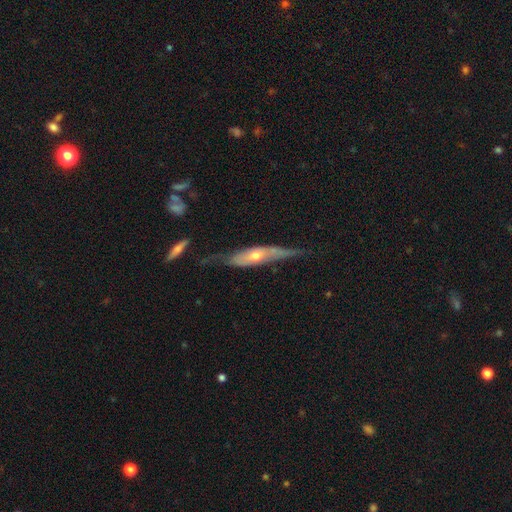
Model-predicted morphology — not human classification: smooth_or_featured: featured or disk (p=0.68) [alt: smooth p=0.25]
disk_edge_on: yes (p=0.68) [alt: no p=0.32]
merging: none (p=0.53) [alt: minor disturbance p=0.30]